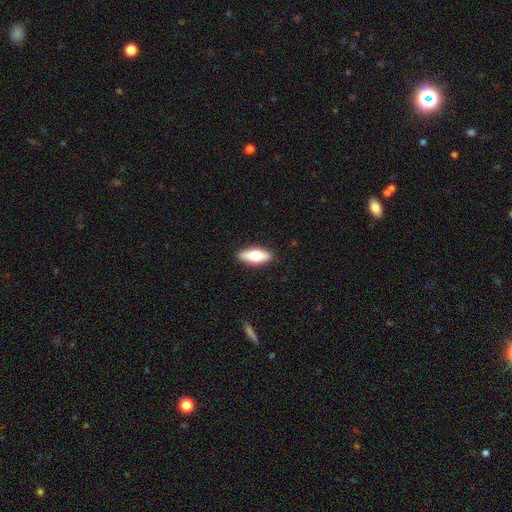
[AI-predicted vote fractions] smooth-or-featured: smooth: 62% | featured or disk: 32% | star or artifact: 6%
  how-rounded: in between: 71% | cigar-shaped: 26% | round: 3%
  merging: none: 89% | minor disturbance: 8% | major disturbance: 2% | merger: 1%